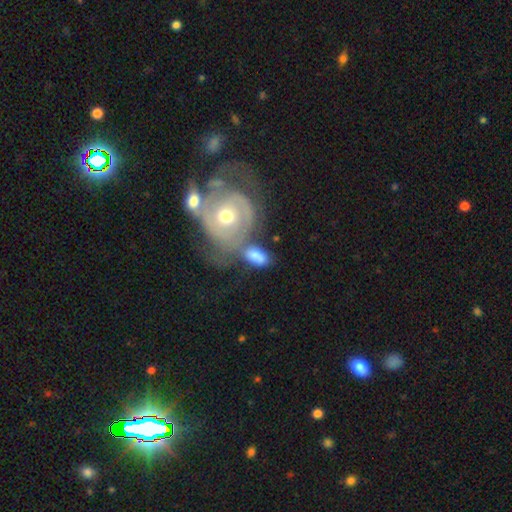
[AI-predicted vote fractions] The model was most divided on "merging": merger: 39%, none: 33%, minor disturbance: 17%, major disturbance: 11%. More confident: how rounded — in between (88%); smooth or featured — smooth (62%).